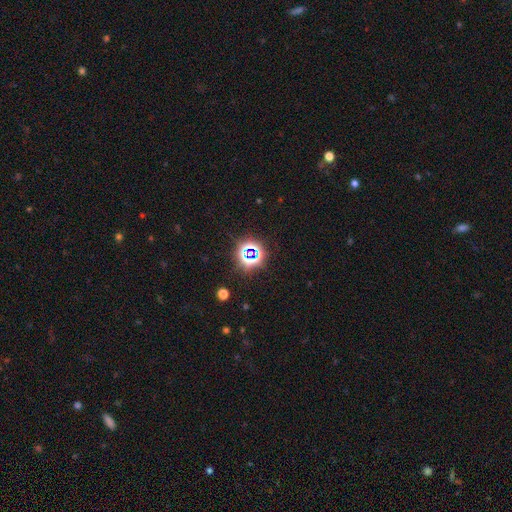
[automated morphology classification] Overall: star or artifact (74%).